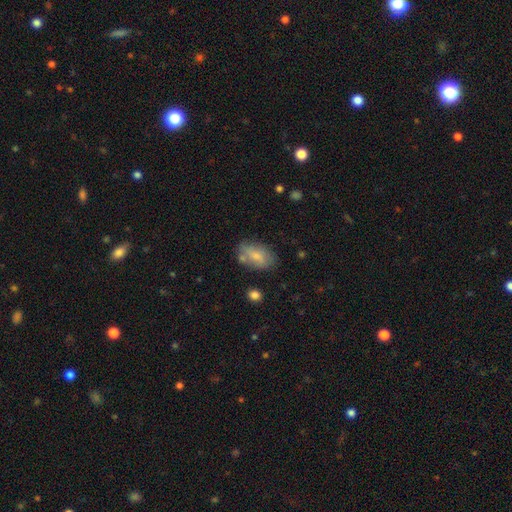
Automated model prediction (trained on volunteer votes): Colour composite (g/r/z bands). It shows a smooth galaxy with no disk features (74%) that is in between round and cigar-shaped (91%). Merging: none (68%).